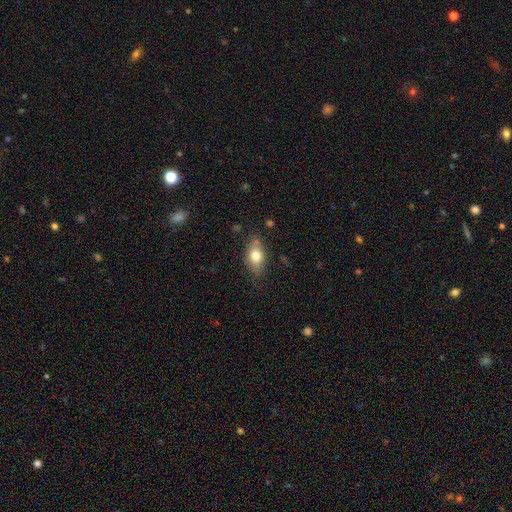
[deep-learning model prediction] smooth-or-featured: smooth: 76% | featured or disk: 16% | star or artifact: 8%
  how-rounded: in between: 84% | round: 11% | cigar-shaped: 5%
  merging: none: 77% | minor disturbance: 17% | major disturbance: 4% | merger: 2%